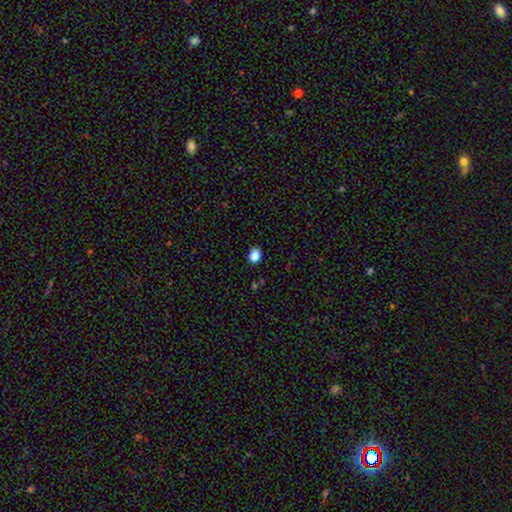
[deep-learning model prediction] A smooth galaxy with no disk features (86%) that is in between round and cigar-shaped (58%). Merging: none (84%).